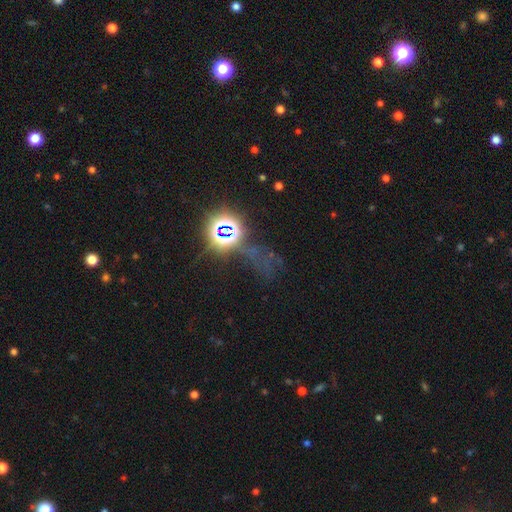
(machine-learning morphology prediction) Q: Smooth or featured?
A: star or artifact (77%); runner-up: smooth (14%)